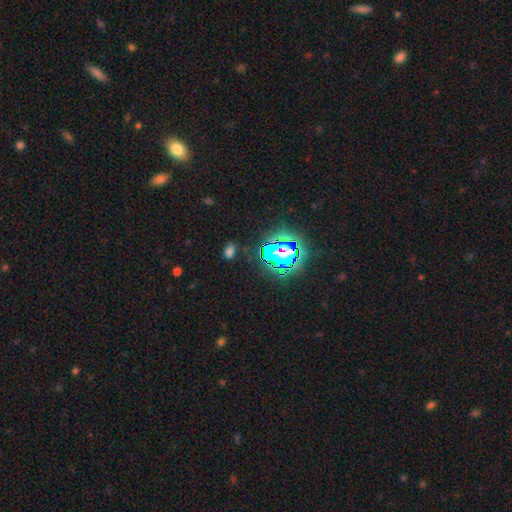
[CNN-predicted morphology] smooth_or_featured: star or artifact (p=0.78) [alt: smooth p=0.14]